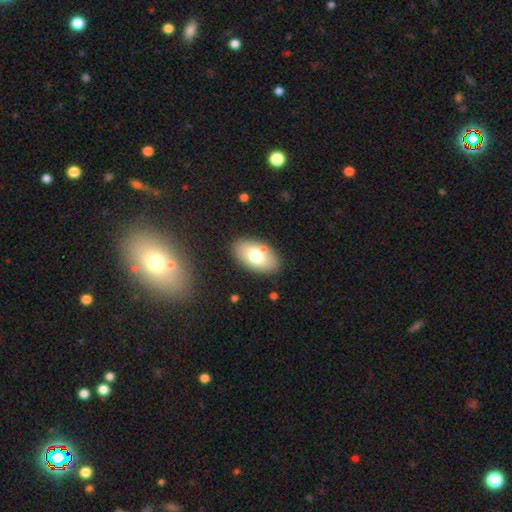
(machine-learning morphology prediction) Smooth or featured?
  - smooth: 71% *
  - featured or disk: 21%
  - star or artifact: 8%
How rounded?
  - in between: 93% *
  - round: 5%
  - cigar-shaped: 2%
Merging?
  - none: 80% *
  - minor disturbance: 11%
  - merger: 6%
  - major disturbance: 3%